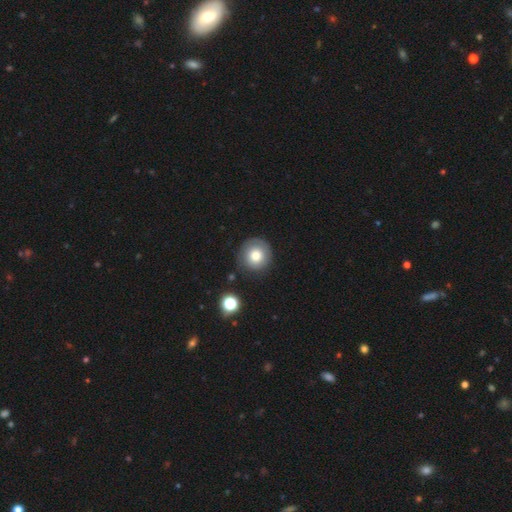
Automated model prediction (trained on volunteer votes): smooth_or_featured: smooth (p=0.76) [alt: featured or disk p=0.14]
how_rounded: round (p=0.94) [alt: in between p=0.05]
merging: none (p=0.82) [alt: minor disturbance p=0.11]